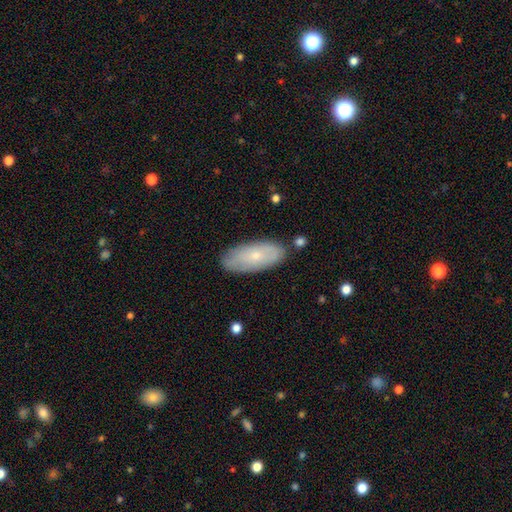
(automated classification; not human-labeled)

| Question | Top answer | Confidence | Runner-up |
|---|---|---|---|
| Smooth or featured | smooth | 60% | featured or disk (33%) |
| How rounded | in between | 86% | cigar-shaped (12%) |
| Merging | none | 80% | minor disturbance (14%) |